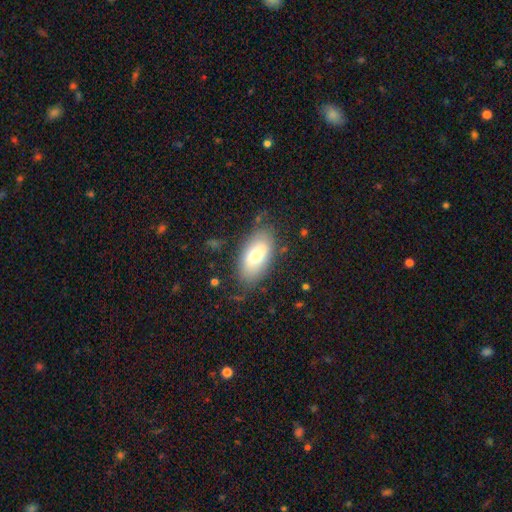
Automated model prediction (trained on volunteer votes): A smooth galaxy with no disk features (65%) that is in between round and cigar-shaped (92%). Merging: none (75%).